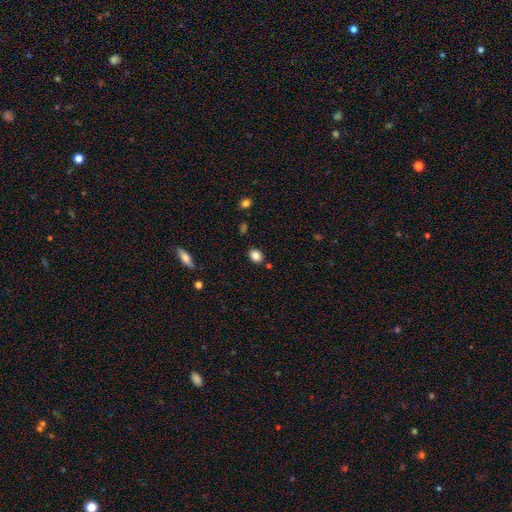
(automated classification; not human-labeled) Smooth or featured? Predicted: smooth (p=0.84). How rounded? Predicted: in between (p=0.50). Merging? Predicted: none (p=0.84).